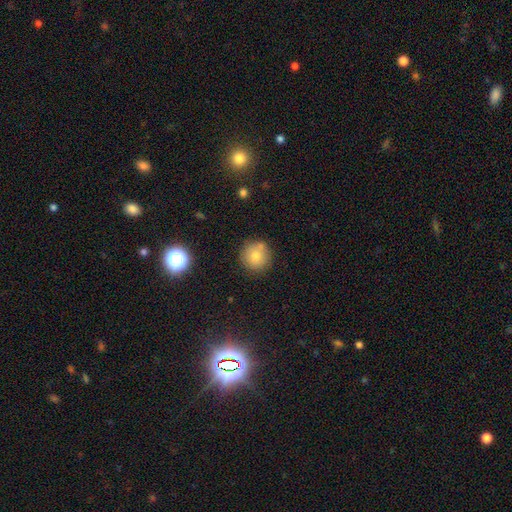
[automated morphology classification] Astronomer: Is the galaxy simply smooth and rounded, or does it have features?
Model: smooth — 77%.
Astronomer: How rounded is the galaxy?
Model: round — 94%.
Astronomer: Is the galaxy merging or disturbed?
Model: none — 77%.